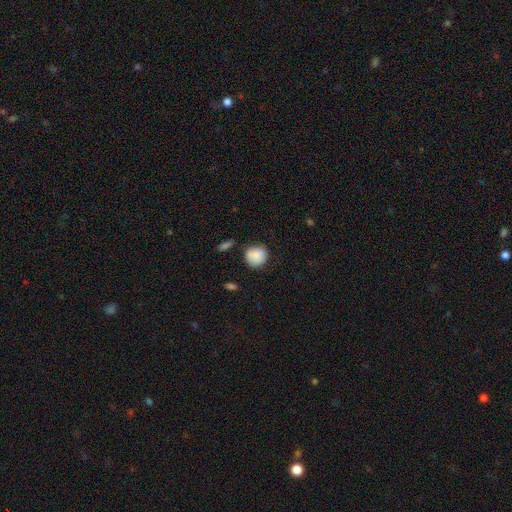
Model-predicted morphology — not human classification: A smooth galaxy with no disk features (86%) that is round (85%).

Vote fractions:
- Smooth or featured? smooth: 86% / star or artifact: 7% / featured or disk: 7%
- How rounded? round: 85% / in between: 14% / cigar-shaped: 1%
- Merging? none: 69% / minor disturbance: 22% / major disturbance: 5% / merger: 4%